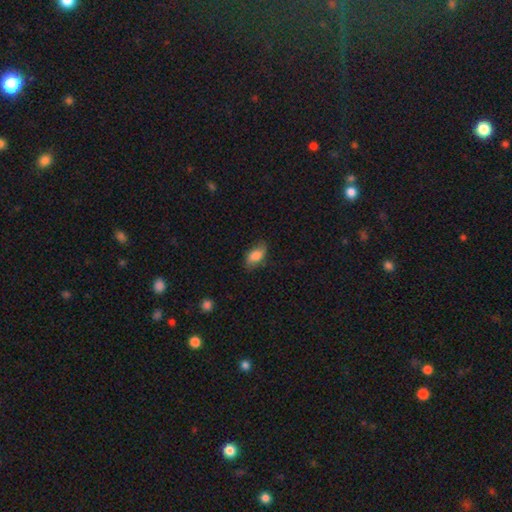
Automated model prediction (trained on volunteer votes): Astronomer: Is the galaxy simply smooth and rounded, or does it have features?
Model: smooth — 78%.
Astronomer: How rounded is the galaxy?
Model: in between — 90%.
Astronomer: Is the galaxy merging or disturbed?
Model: none — 72%.